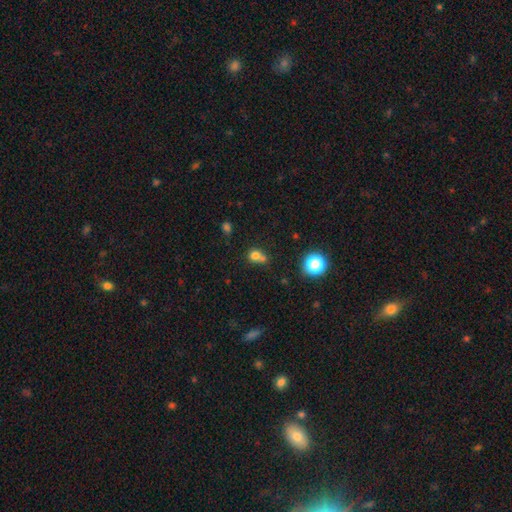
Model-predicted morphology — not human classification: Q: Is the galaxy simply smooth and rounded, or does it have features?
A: smooth — 75%.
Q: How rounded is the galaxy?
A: round — 72%.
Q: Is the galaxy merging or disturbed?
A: merger — 42%.